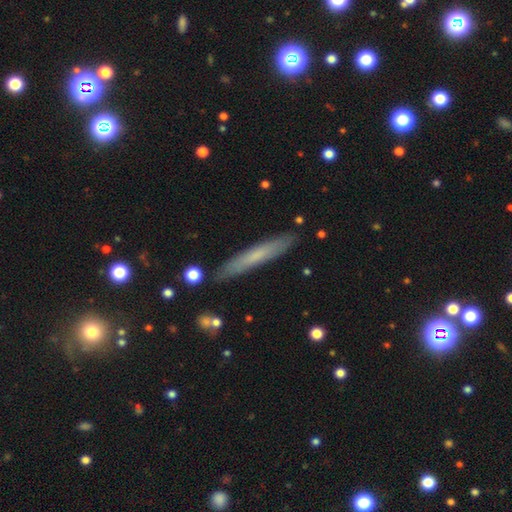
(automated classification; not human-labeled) smooth 58%, featured or disk 35%, star or artifact 7%. Down the decision tree: how rounded — cigar-shaped (95%); merging — none (87%).